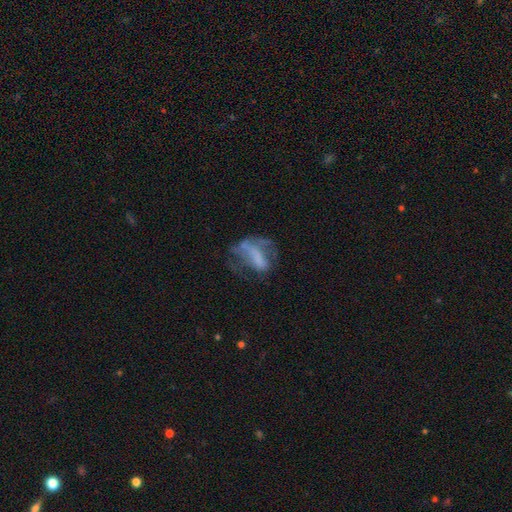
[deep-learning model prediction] smooth_or_featured: featured or disk (p=0.50) [alt: smooth p=0.35]
disk_edge_on: no (p=0.94) [alt: yes p=0.06]
merging: major disturbance (p=0.44) [alt: none p=0.29]